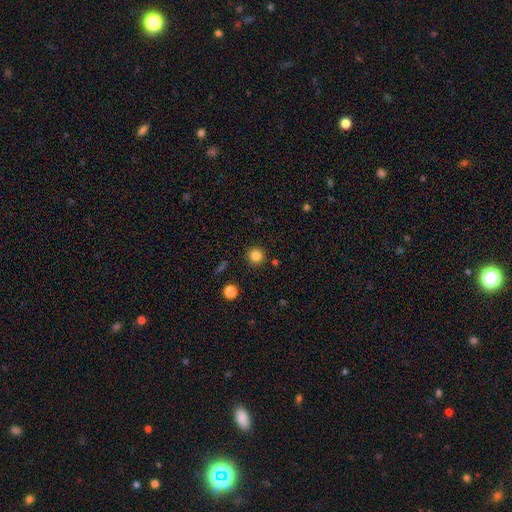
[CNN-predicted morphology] smooth_or_featured: smooth (p=0.82) [alt: star or artifact p=0.13]
how_rounded: round (p=0.94) [alt: in between p=0.05]
merging: none (p=0.90) [alt: minor disturbance p=0.06]